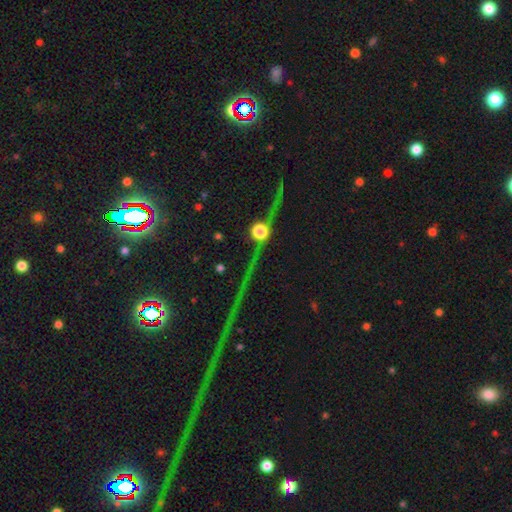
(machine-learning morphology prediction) star or artifact 66%, featured or disk 23%, smooth 11%.